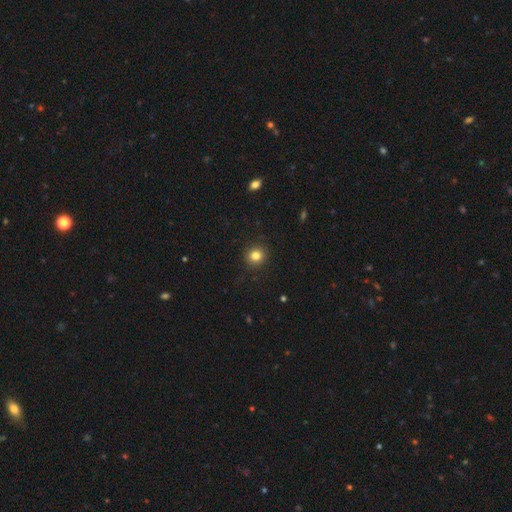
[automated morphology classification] Smooth or featured? Predicted: smooth (p=0.83). How rounded? Predicted: round (p=0.88). Merging? Predicted: none (p=0.90).